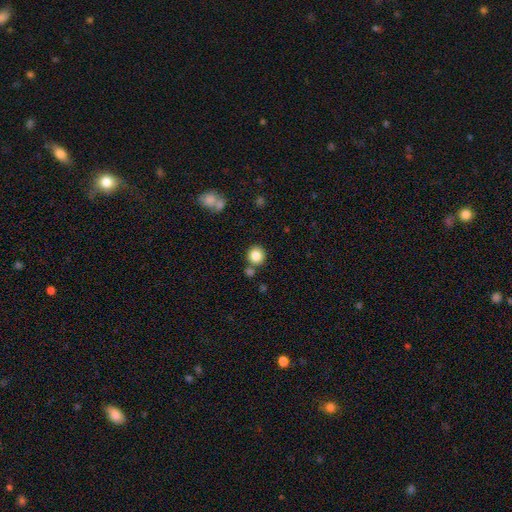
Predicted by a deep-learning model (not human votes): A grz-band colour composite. It shows a smooth galaxy with no disk features (84%) that is round (90%). Merging: none (77%).